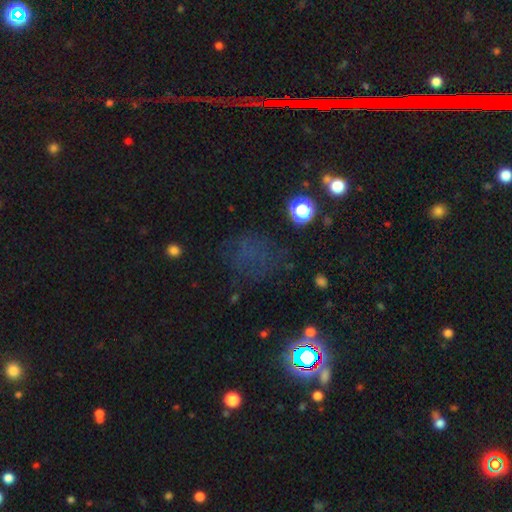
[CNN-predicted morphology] smooth-or-featured: star or artifact: 51% | smooth: 34% | featured or disk: 15%